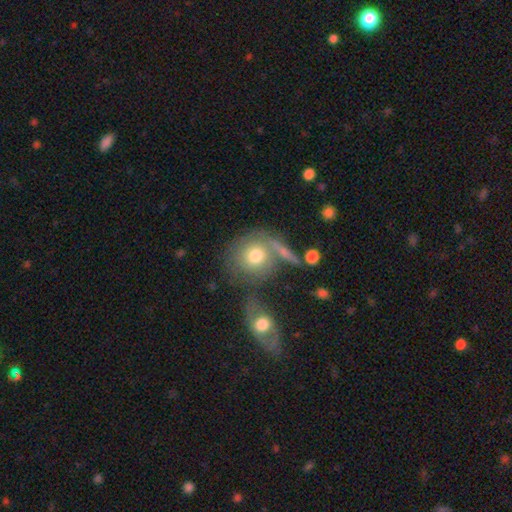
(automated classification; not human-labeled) Morphology: type=smooth (68%); roundness=round (85%); merging=none (52%).